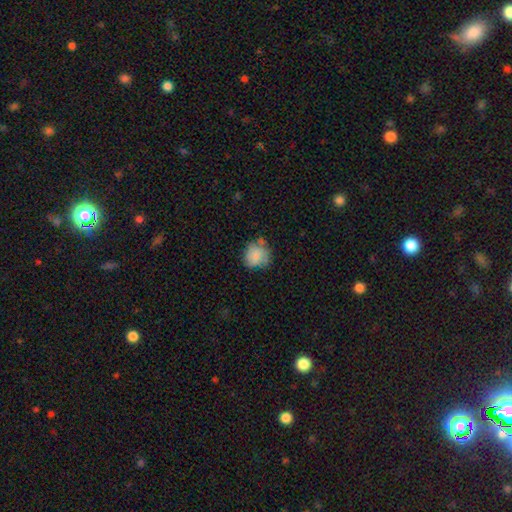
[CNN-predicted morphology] A smooth galaxy with no disk features (74%) that is round (80%). Merging: none (56%).